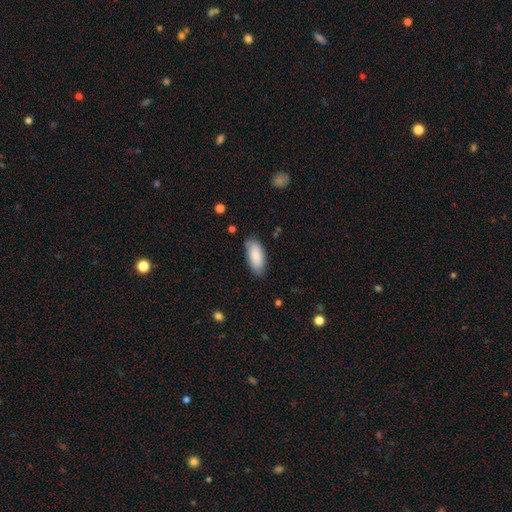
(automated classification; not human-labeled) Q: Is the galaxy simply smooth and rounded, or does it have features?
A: smooth — 86%.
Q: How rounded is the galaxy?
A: in between — 89%.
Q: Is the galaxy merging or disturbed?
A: none — 78%.